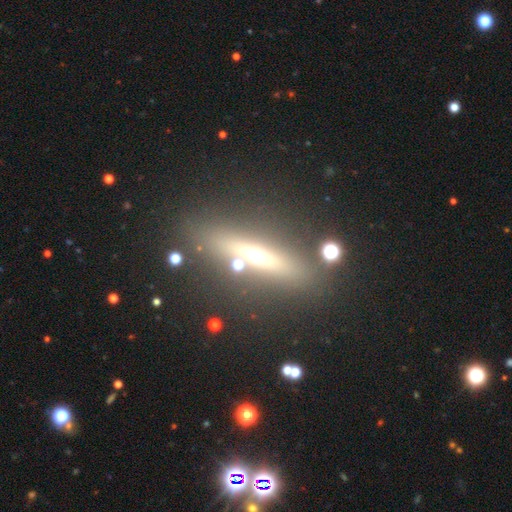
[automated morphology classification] The model was most divided on "smooth or featured": featured or disk: 60%, smooth: 25%, star or artifact: 14%. More confident: edge-on disk — yes (89%); edge-on bulge — rounded (84%); merging — none (81%).